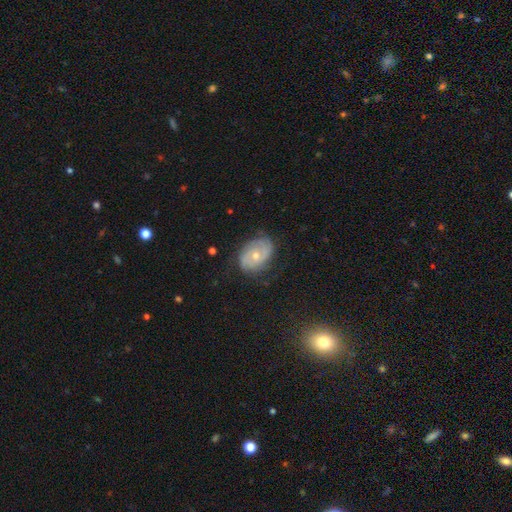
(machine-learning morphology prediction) The model was most divided on "bulge size": moderate: 52%, small: 44%, large: 1%, none: 1%, dominant: 1%. Remaining: edge-on disk — no (97%); spiral arms — yes (89%); bar — no (73%); merging — none (73%); smooth or featured — featured or disk (72%); spiral winding — tight (53%); spiral arm count — 2 (49%).